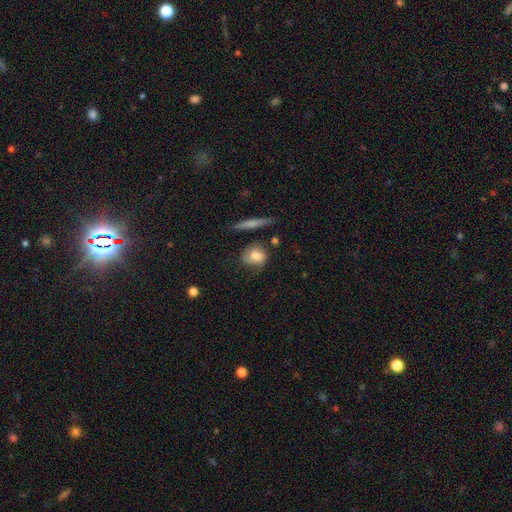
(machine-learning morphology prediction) Overall: smooth (72%). How rounded: round (55%; in between 39%). Merging: none (57%; minor disturbance 26%).